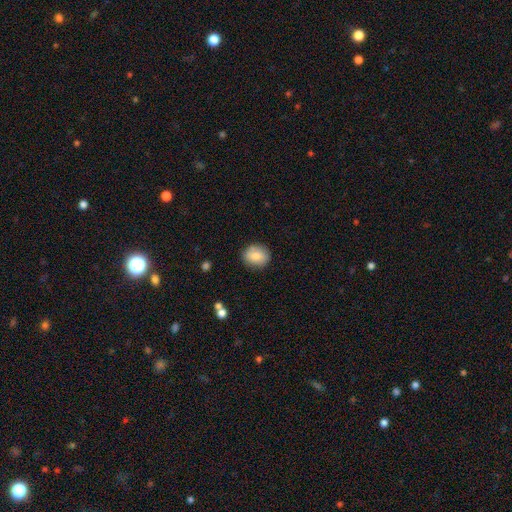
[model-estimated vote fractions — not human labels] Morphology: type=smooth (79%); roundness=round (70%); merging=none (86%).